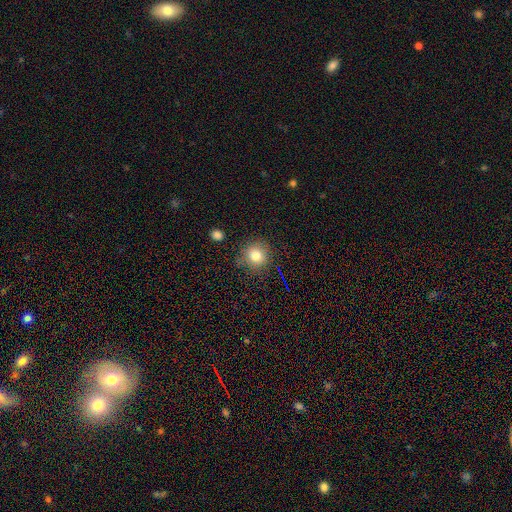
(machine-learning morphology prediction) Smooth or featured?
  - smooth: 80% *
  - star or artifact: 12%
  - featured or disk: 8%
How rounded?
  - round: 90% *
  - in between: 9%
  - cigar-shaped: 1%
Merging?
  - none: 84% *
  - minor disturbance: 10%
  - major disturbance: 3%
  - merger: 2%